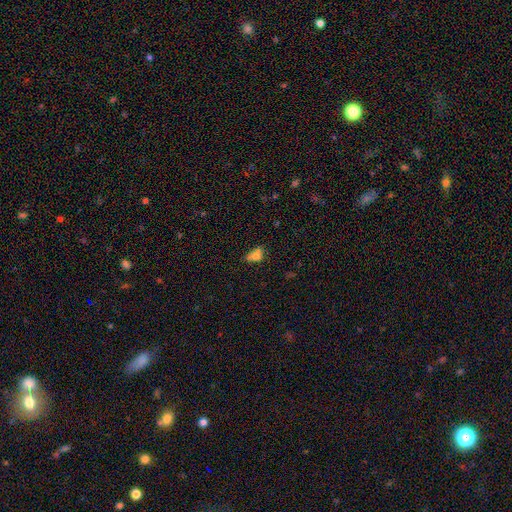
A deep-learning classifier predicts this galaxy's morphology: This is likely a smooth galaxy (66%). How rounded: likely in between (62%). Merging: marginally merger (38%).